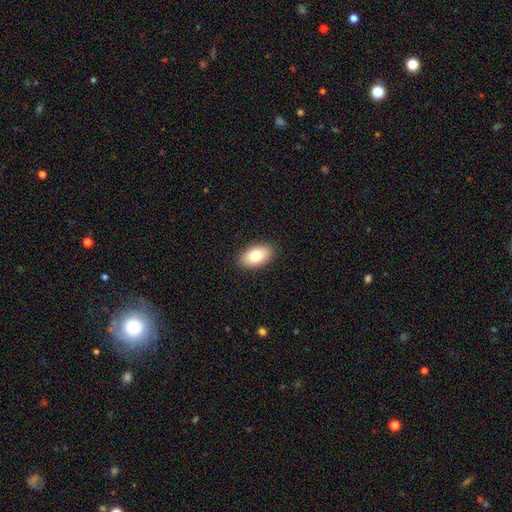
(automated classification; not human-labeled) smooth 78%, featured or disk 15%, star or artifact 7%. Down the decision tree: how rounded — in between (93%); merging — none (90%).